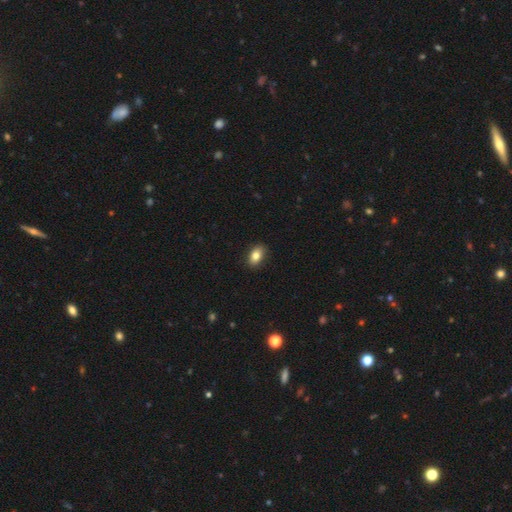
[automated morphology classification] smooth 82%, featured or disk 9%, star or artifact 8%. Down the decision tree: how rounded — in between (87%); merging — none (88%).